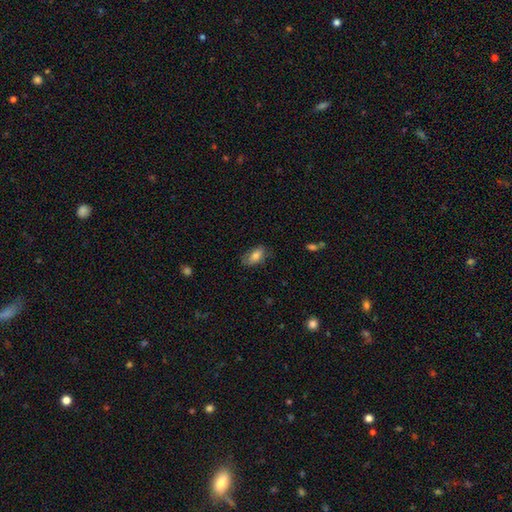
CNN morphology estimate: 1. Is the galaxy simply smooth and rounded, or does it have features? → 76% smooth, 17% featured or disk, 7% star or artifact.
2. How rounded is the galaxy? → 90% in between, 6% round, 4% cigar-shaped.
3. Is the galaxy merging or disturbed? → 71% none, 22% minor disturbance, 6% major disturbance, 1% merger.